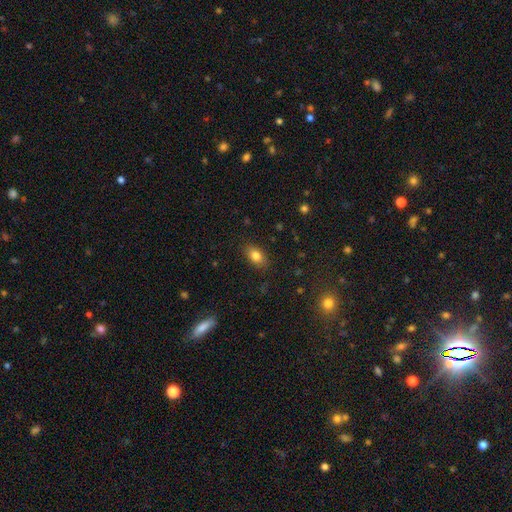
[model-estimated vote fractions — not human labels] This appears to be a smooth galaxy with no disk features (81%) that is in between round and cigar-shaped (84%). Merging: none (85%).